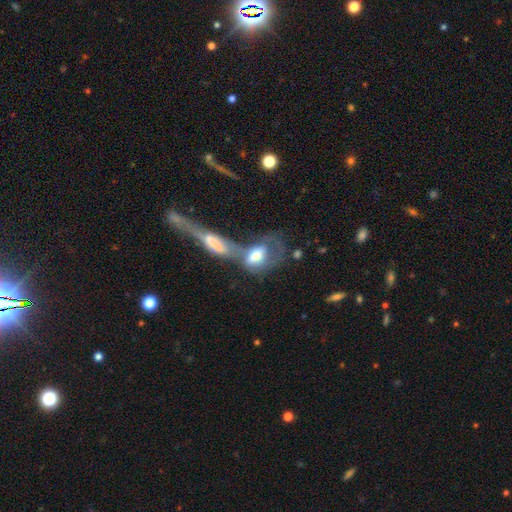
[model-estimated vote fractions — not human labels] A smooth galaxy with no disk features (52%) that is in between round and cigar-shaped (83%).

Vote fractions:
- Smooth or featured? smooth: 52% / featured or disk: 40% / star or artifact: 8%
- How rounded? in between: 83% / round: 9% / cigar-shaped: 8%
- Merging? merger: 68% / major disturbance: 15% / none: 10% / minor disturbance: 7%